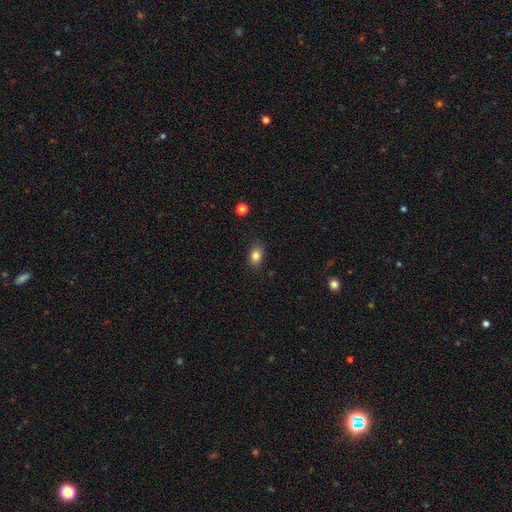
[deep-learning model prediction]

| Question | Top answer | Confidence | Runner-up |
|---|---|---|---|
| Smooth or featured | smooth | 83% | star or artifact (10%) |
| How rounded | in between | 79% | round (19%) |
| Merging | none | 85% | minor disturbance (11%) |